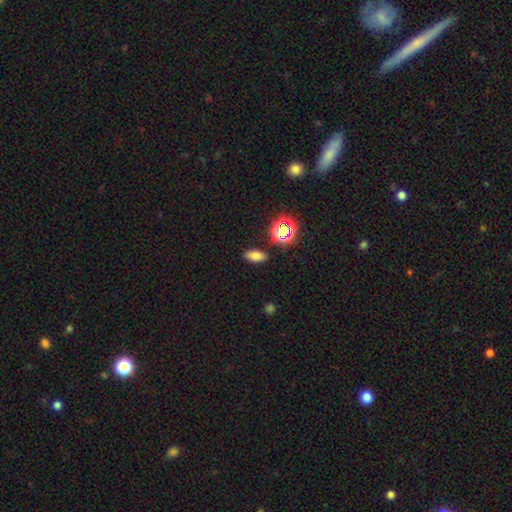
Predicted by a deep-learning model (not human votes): Smooth or featured? Predicted: smooth (p=0.75). How rounded? Predicted: in between (p=0.80). Merging? Predicted: none (p=0.87).